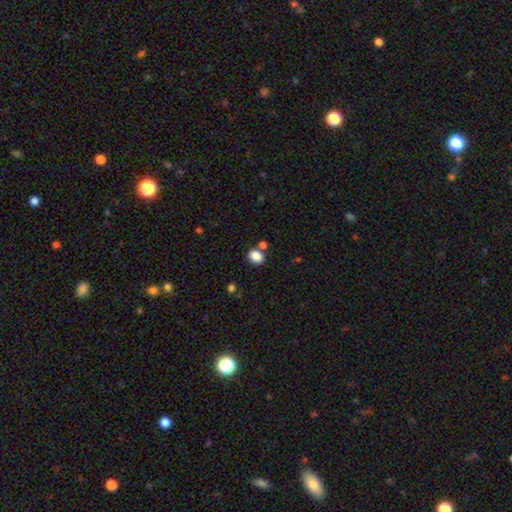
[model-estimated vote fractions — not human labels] This is clearly a smooth galaxy (86%). How rounded: possibly in between (50%). Merging: likely none (70%).